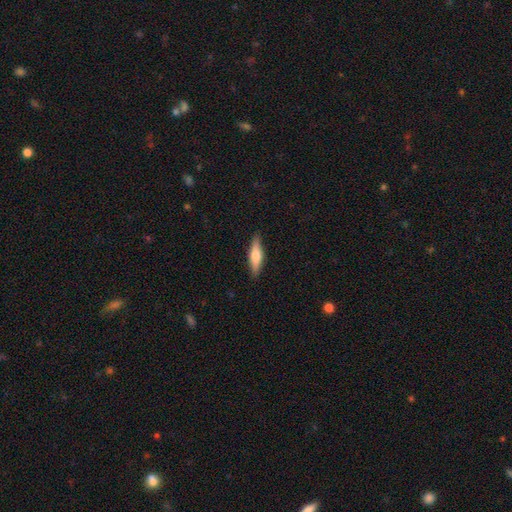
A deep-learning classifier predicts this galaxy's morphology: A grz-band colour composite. It shows a smooth galaxy with no disk features (60%) that is cigar-shaped (67%). Merging: none (88%).